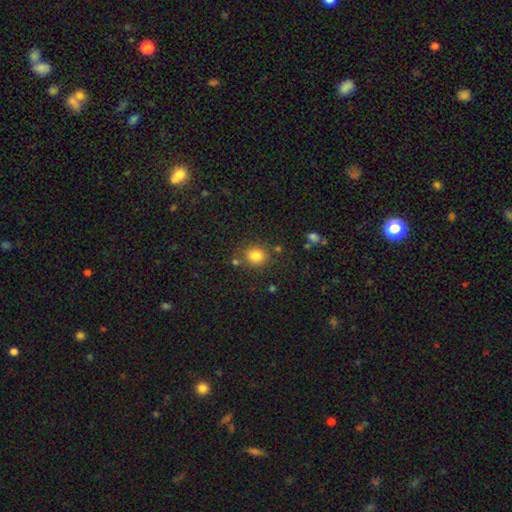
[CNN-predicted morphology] A smooth galaxy with no disk features (82%) that is round (75%). Merging: none (77%).